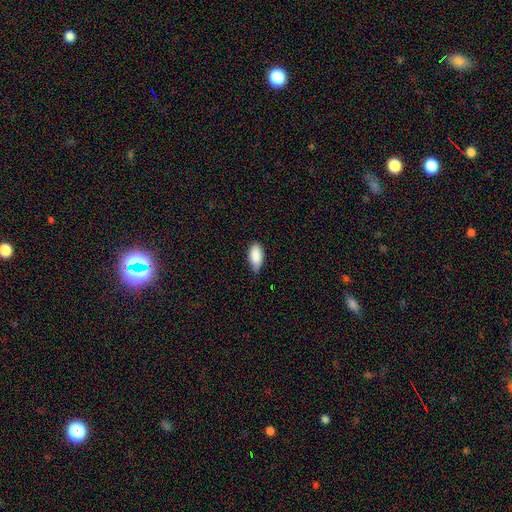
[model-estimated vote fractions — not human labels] A smooth galaxy with no disk features (88%) that is in between round and cigar-shaped (91%). Merging: none (66%).